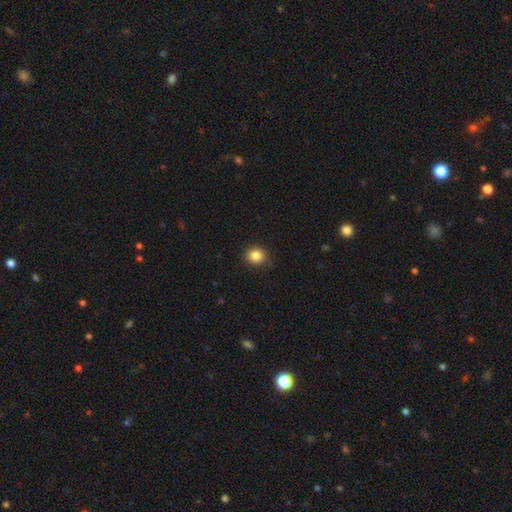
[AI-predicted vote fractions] smooth 85%, star or artifact 10%, featured or disk 5%. Down the decision tree: how rounded — round (83%); merging — none (87%).